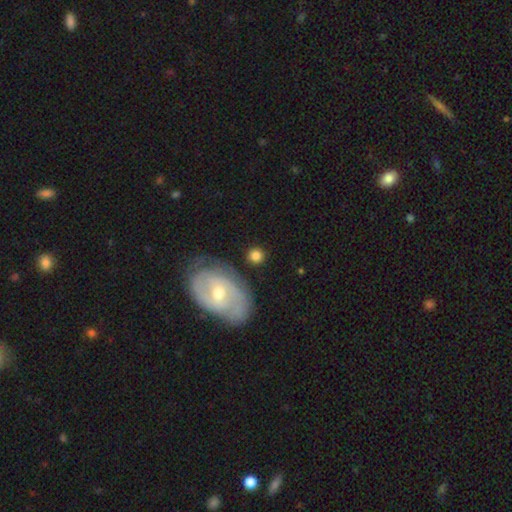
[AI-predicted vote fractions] smooth 75%, featured or disk 16%, star or artifact 8%. Down the decision tree: how rounded — round (85%); merging — none (81%).